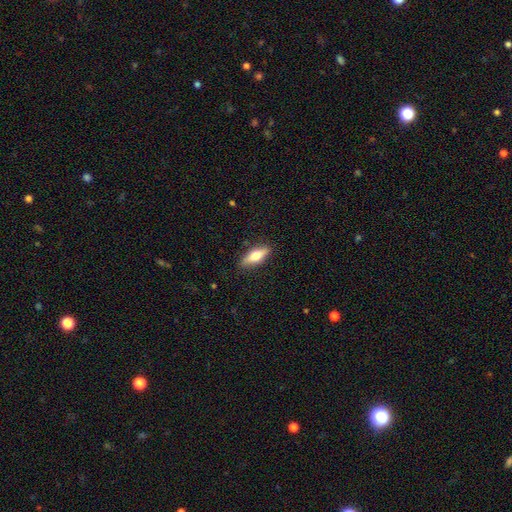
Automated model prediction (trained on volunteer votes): Smooth or featured: smooth — 60% (featured or disk — 34%)
How rounded: in between — 56% (cigar-shaped — 41%)
Merging: none — 86% (minor disturbance — 11%)